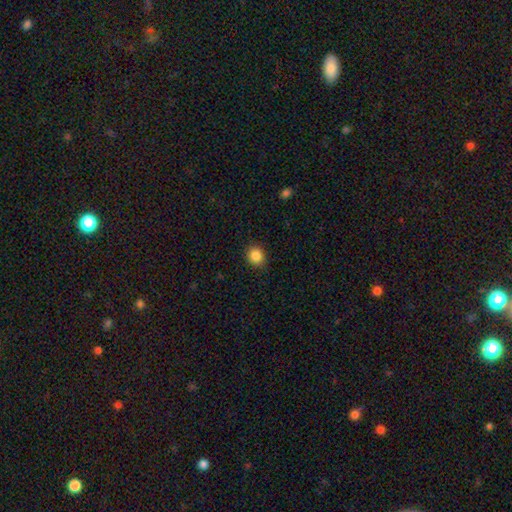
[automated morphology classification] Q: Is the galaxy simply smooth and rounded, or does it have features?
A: smooth — 86%.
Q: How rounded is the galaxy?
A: round — 79%.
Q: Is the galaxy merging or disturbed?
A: none — 90%.